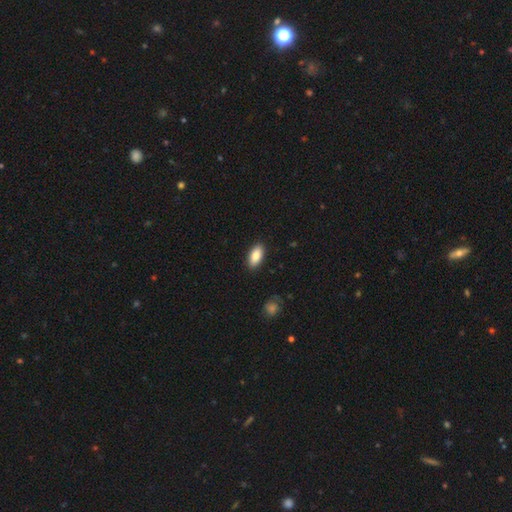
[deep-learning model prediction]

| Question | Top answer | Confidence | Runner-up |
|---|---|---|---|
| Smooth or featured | smooth | 86% | featured or disk (8%) |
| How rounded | in between | 88% | cigar-shaped (10%) |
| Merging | none | 89% | minor disturbance (8%) |